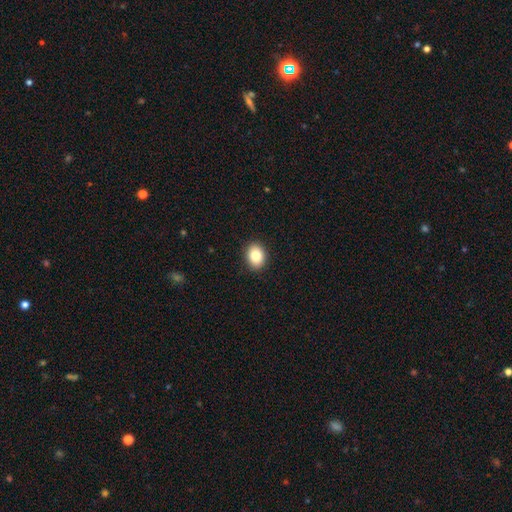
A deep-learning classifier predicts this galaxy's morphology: The model was most divided on "how rounded": in between: 63%, round: 36%, cigar-shaped: 1%. More confident: merging — none (91%); smooth or featured — smooth (84%).